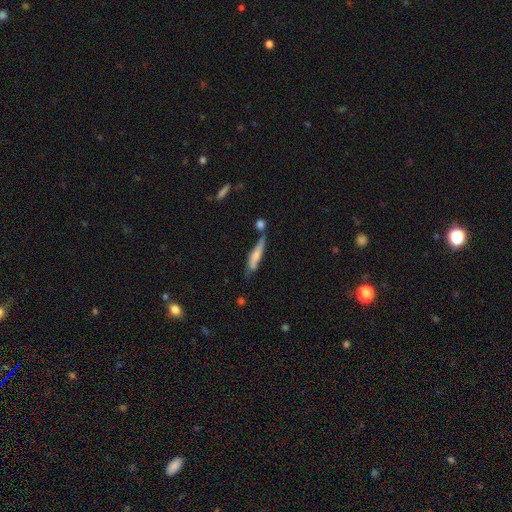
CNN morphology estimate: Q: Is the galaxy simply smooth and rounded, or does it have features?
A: smooth — 65%.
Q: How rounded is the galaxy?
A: cigar-shaped — 82%.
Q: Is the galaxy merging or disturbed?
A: none — 49%.